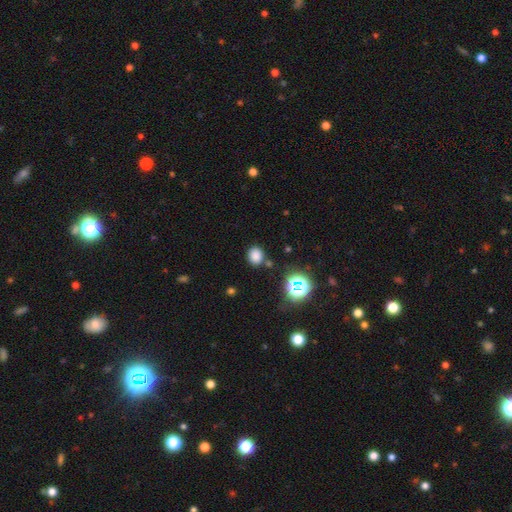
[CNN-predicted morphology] A smooth galaxy with no disk features (78%) that is round (66%).

Vote fractions:
- Smooth or featured? smooth: 78% / star or artifact: 17% / featured or disk: 5%
- How rounded? round: 66% / in between: 33% / cigar-shaped: 1%
- Merging? none: 79% / minor disturbance: 11% / merger: 6% / major disturbance: 4%